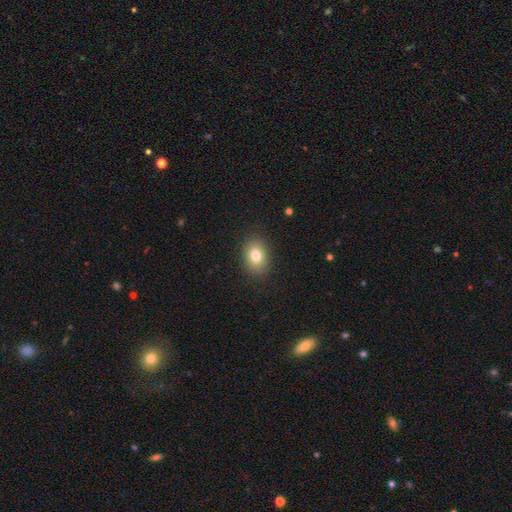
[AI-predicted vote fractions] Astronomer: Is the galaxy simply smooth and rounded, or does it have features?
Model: smooth — 80%.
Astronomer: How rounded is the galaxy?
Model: in between — 71%.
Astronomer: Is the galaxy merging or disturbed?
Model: none — 87%.